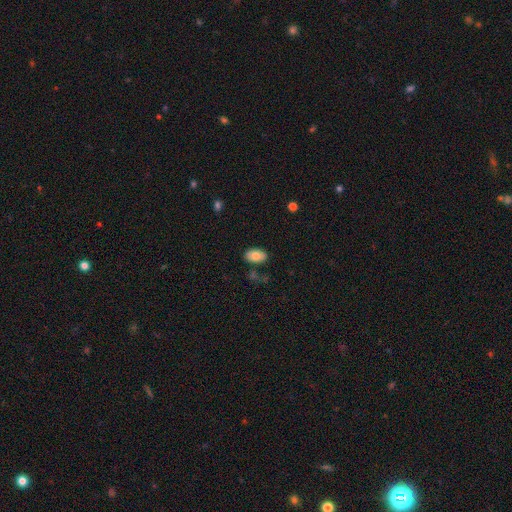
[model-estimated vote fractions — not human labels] Smooth or featured?
  - smooth: 80% *
  - featured or disk: 13%
  - star or artifact: 7%
How rounded?
  - in between: 93% *
  - round: 6%
  - cigar-shaped: 1%
Merging?
  - none: 81% *
  - minor disturbance: 13%
  - merger: 4%
  - major disturbance: 3%